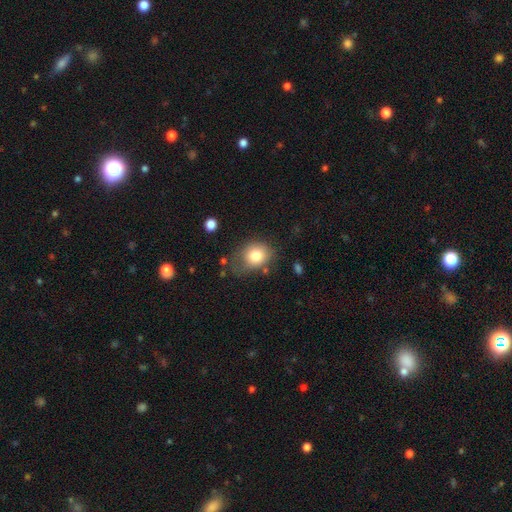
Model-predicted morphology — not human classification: Smooth or featured: smooth — 80% (featured or disk — 11%)
How rounded: round — 57% (in between — 42%)
Merging: none — 58% (minor disturbance — 26%)